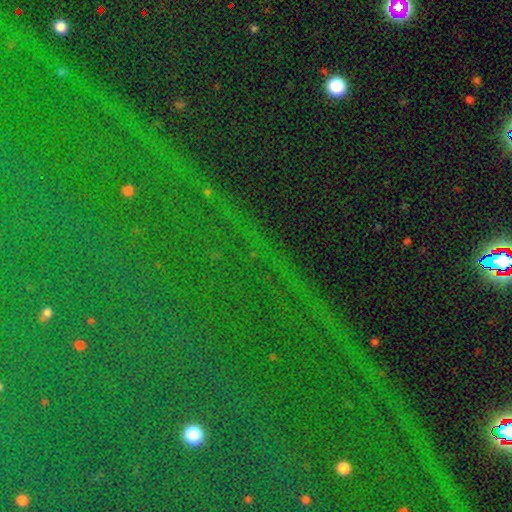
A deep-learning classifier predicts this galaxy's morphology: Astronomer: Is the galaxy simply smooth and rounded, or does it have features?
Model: star or artifact — 86%.